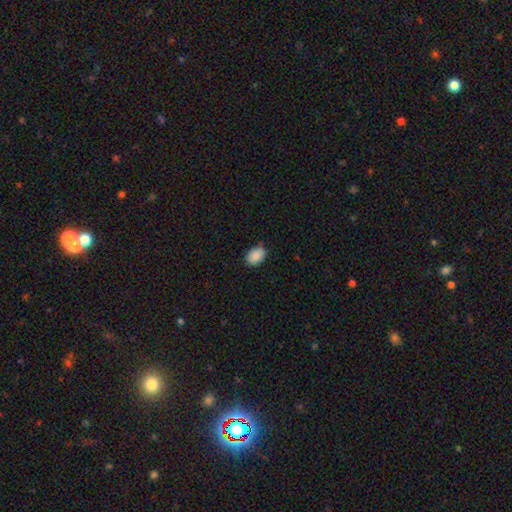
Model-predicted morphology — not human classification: This is clearly a smooth galaxy (90%). How rounded: clearly in between (84%). Merging: likely none (79%).